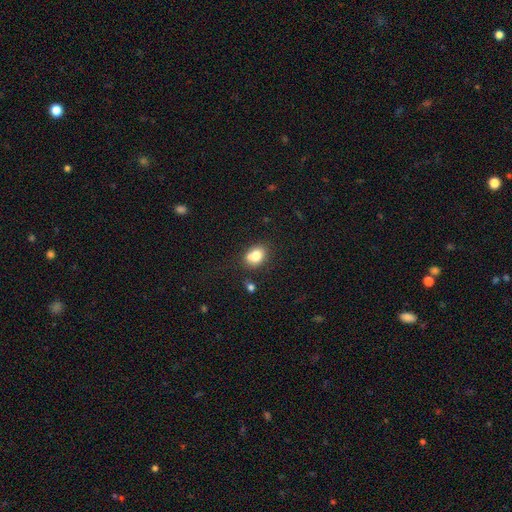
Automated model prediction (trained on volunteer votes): Morphology: type=smooth (78%); roundness=in between (59%); merging=none (61%).